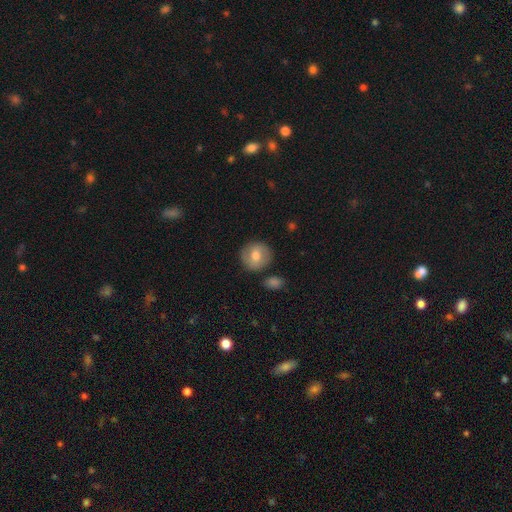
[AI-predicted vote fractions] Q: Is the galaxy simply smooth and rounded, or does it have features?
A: smooth — 69%.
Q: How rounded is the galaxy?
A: round — 90%.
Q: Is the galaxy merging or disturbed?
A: none — 83%.